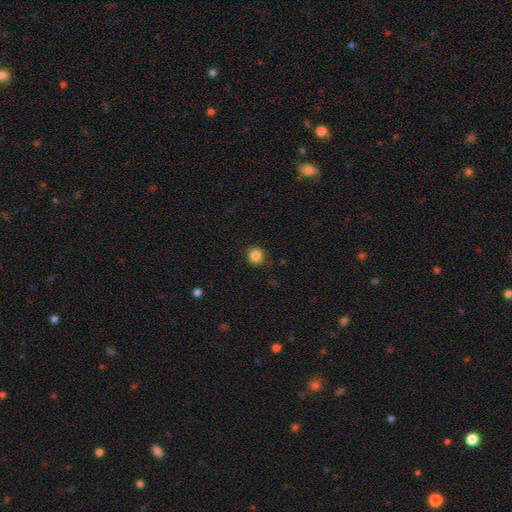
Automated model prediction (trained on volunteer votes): This is clearly a smooth galaxy (86%). How rounded: clearly round (91%). Merging: clearly none (88%).